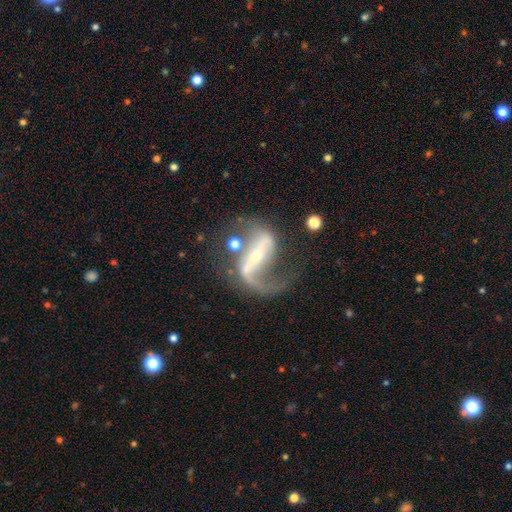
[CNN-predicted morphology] This appears to be a featured or disk galaxy (86%) with a strong bar (64%), 2 (60%) loose (65%) spiral arms (91%) and a small central bulge (63%). Merging: none (44%).